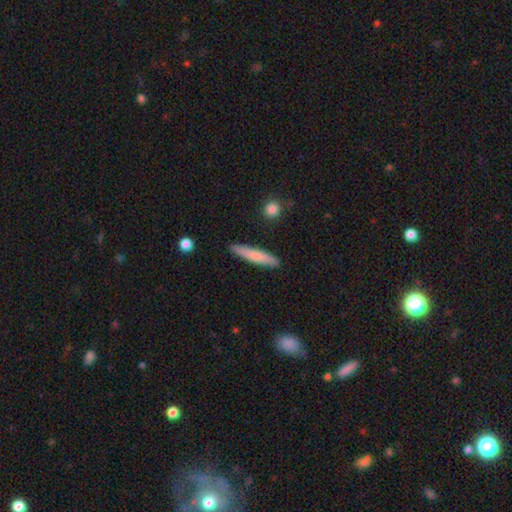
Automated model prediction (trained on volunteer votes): The model was most divided on "smooth or featured": smooth: 73%, featured or disk: 21%, star or artifact: 5%. More confident: how rounded — cigar-shaped (91%); merging — none (89%).